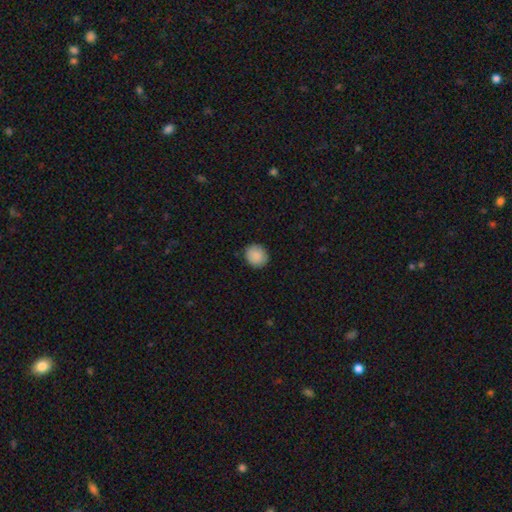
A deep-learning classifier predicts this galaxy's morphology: smooth_or_featured: smooth (p=0.89) [alt: star or artifact p=0.07]
how_rounded: round (p=0.84) [alt: in between p=0.15]
merging: none (p=0.88) [alt: minor disturbance p=0.09]